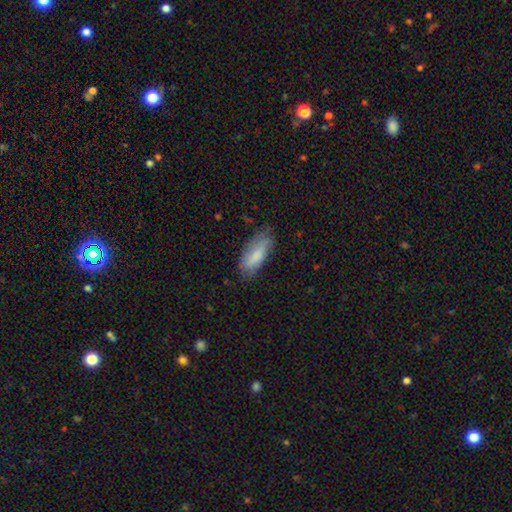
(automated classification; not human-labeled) Q: Smooth or featured?
A: smooth (78%); runner-up: featured or disk (16%)
Q: How rounded?
A: in between (75%); runner-up: cigar-shaped (24%)
Q: Merging?
A: none (67%); runner-up: minor disturbance (26%)